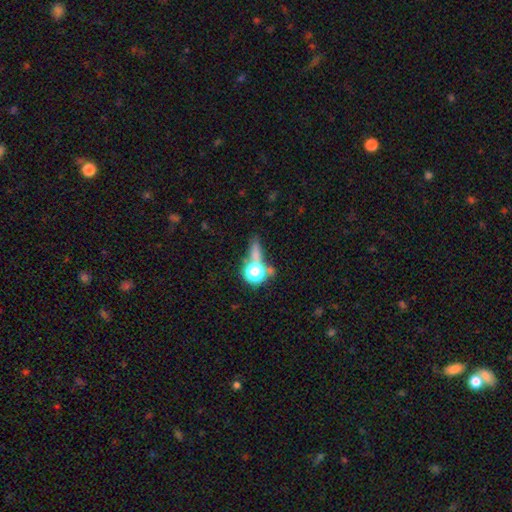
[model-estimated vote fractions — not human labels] smooth 56%, star or artifact 30%, featured or disk 14%. Down the decision tree: how rounded — round (49%); merging — none (54%).